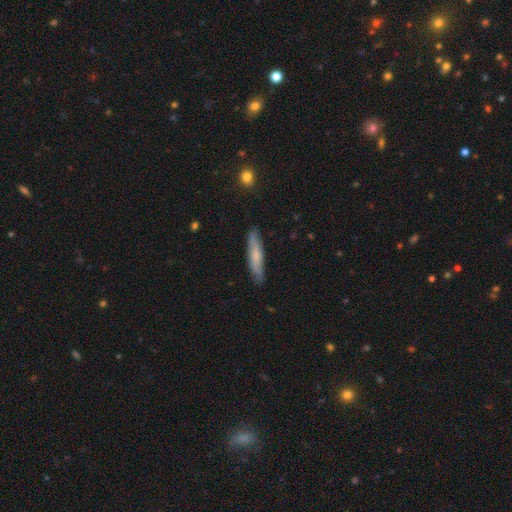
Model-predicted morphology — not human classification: Smooth or featured?
  - smooth: 61% *
  - featured or disk: 33%
  - star or artifact: 6%
How rounded?
  - cigar-shaped: 87% *
  - in between: 11%
  - round: 2%
Merging?
  - none: 85% *
  - minor disturbance: 12%
  - major disturbance: 2%
  - merger: 1%